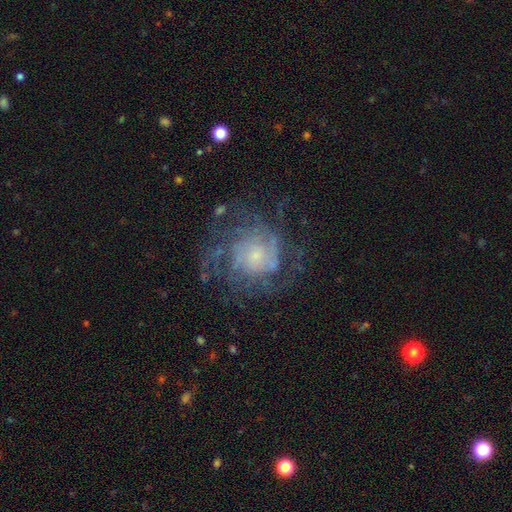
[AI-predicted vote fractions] Smooth or featured? featured or disk (73%)
Edge-on disk? no (98%)
Bar? no (79%)
Spiral arms? yes (84%)
Spiral winding? tight (53%)
Spiral arm count? can't tell (47%)
Bulge size? small (60%)
Merging? none (64%)